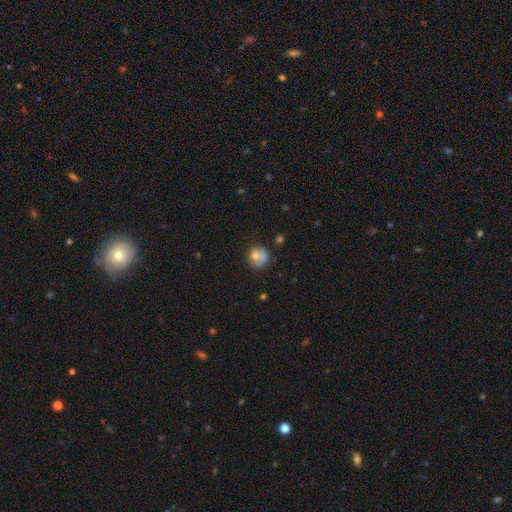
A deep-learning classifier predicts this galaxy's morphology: smooth-or-featured: smooth: 68% | featured or disk: 22% | star or artifact: 10%
  how-rounded: round: 78% | in between: 21% | cigar-shaped: 1%
  merging: none: 46% | merger: 25% | minor disturbance: 19% | major disturbance: 10%